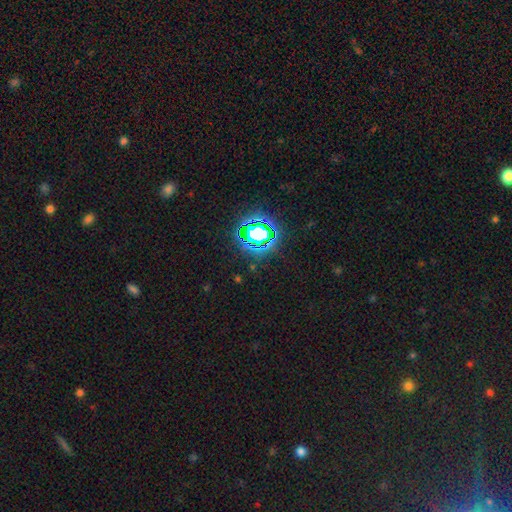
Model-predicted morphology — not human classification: smooth-or-featured: star or artifact: 78% | smooth: 15% | featured or disk: 7%